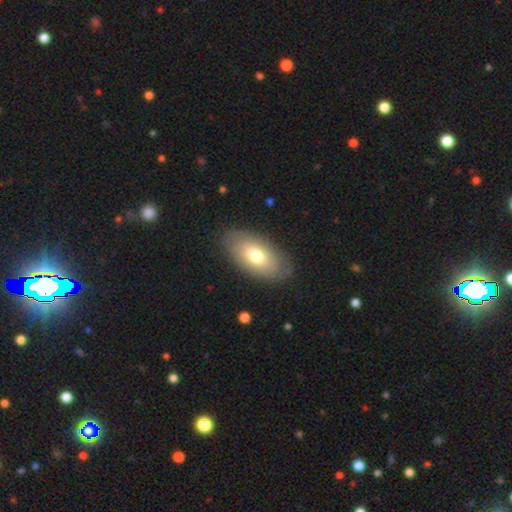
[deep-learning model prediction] smooth_or_featured: smooth (p=0.69) [alt: featured or disk p=0.25]
how_rounded: in between (p=0.93) [alt: round p=0.04]
merging: none (p=0.84) [alt: minor disturbance p=0.12]